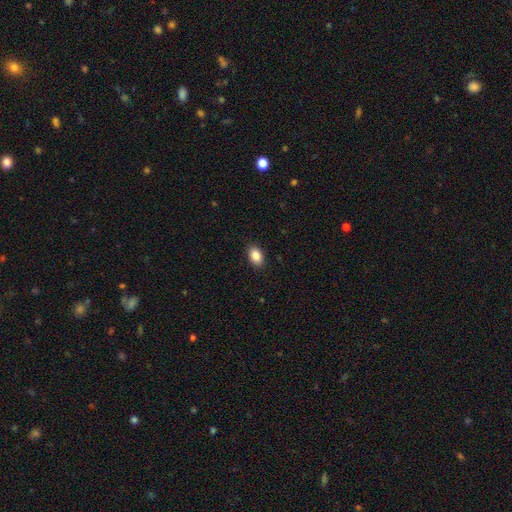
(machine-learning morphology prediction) Smooth or featured: smooth — 87% (star or artifact — 8%)
How rounded: in between — 86% (round — 13%)
Merging: none — 89% (minor disturbance — 8%)